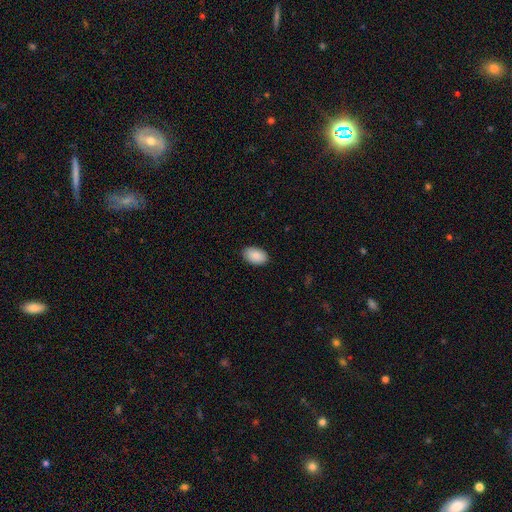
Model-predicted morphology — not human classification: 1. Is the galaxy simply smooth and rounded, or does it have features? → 89% smooth, 6% star or artifact, 5% featured or disk.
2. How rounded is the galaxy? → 93% in between, 6% round, 1% cigar-shaped.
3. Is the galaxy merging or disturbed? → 88% none, 9% minor disturbance, 2% major disturbance, 1% merger.